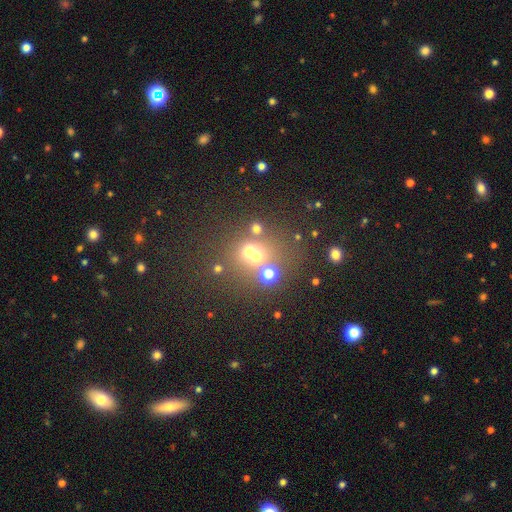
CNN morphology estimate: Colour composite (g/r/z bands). It shows a smooth galaxy with no disk features (49%). Merging: none (48%).